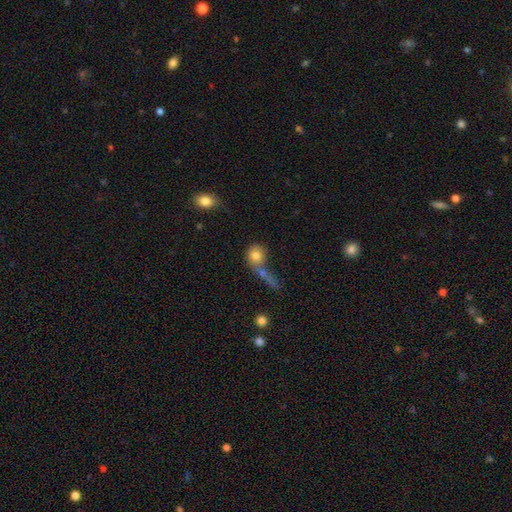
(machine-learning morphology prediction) Smooth or featured: smooth — 77% (featured or disk — 13%)
How rounded: round — 75% (in between — 22%)
Merging: merger — 42% (none — 37%)